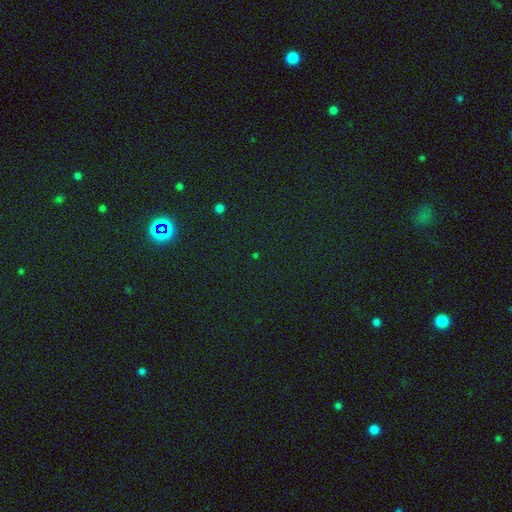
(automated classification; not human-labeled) Morphology: type=star or artifact (74%).